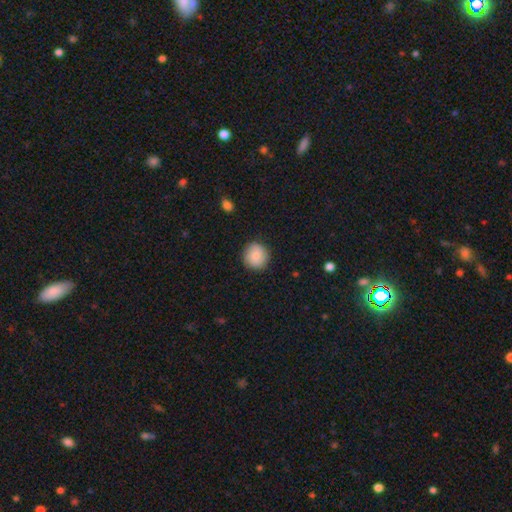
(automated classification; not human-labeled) smooth 80%, featured or disk 13%, star or artifact 7%. Down the decision tree: how rounded — round (91%); merging — none (88%).